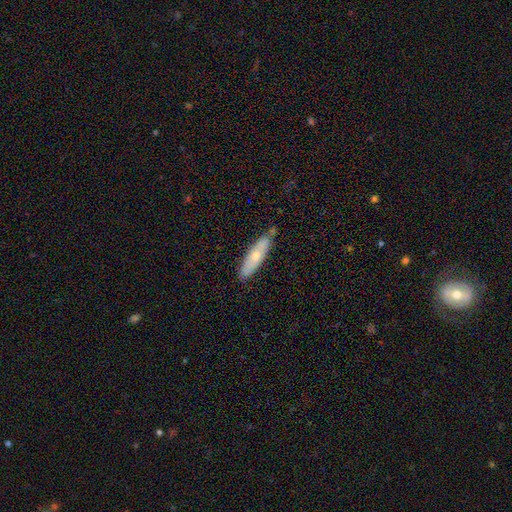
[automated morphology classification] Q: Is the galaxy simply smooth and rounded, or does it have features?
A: smooth — 53%.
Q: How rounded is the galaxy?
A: cigar-shaped — 62%.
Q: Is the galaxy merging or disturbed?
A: none — 78%.